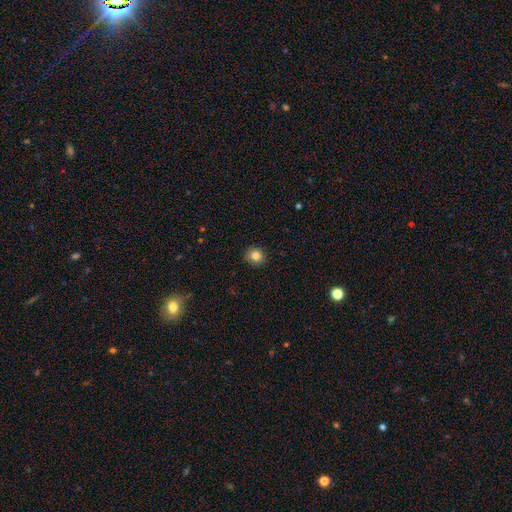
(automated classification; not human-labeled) Morphology: type=smooth (83%); roundness=round (82%); merging=none (90%).